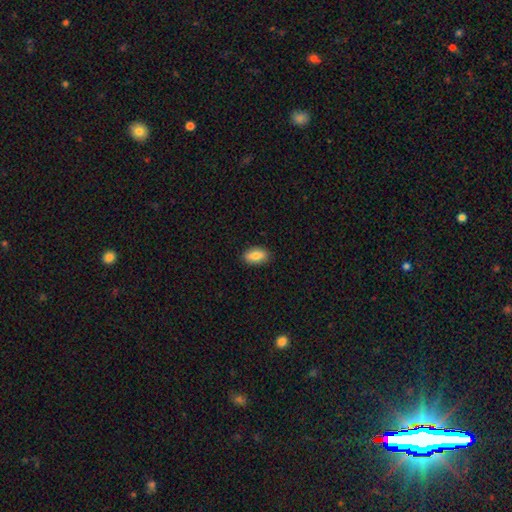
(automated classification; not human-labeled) smooth-or-featured: smooth: 83% | featured or disk: 10% | star or artifact: 7%
  how-rounded: in between: 92% | round: 5% | cigar-shaped: 4%
  merging: none: 88% | minor disturbance: 9% | major disturbance: 2% | merger: 1%